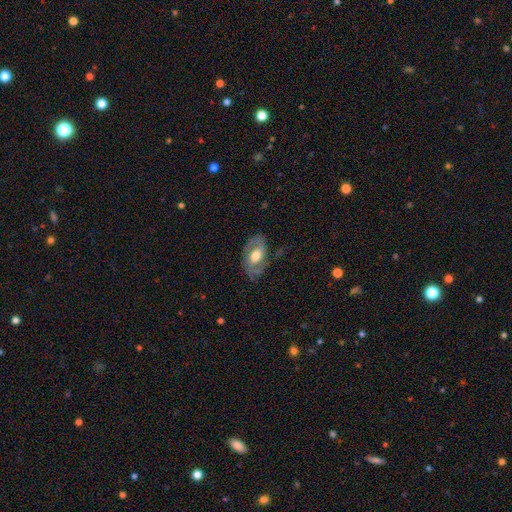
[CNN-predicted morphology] A featured or disk galaxy (70%) with no bar (48%), 2 (81%) medium (47%) spiral arms (80%) and a moderate central bulge (61%). Merging: none (71%).